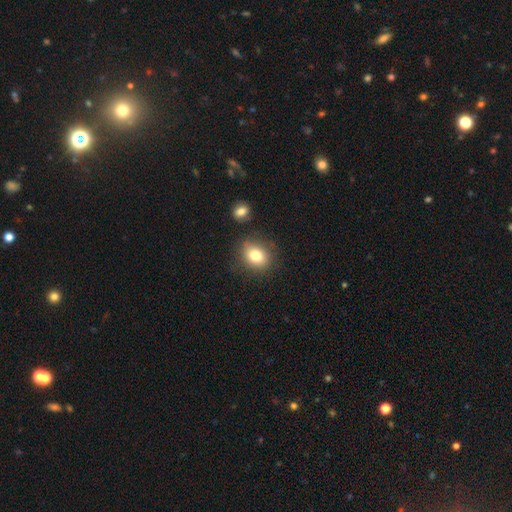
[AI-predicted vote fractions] This is likely a smooth galaxy (80%). How rounded: possibly round (58%). Merging: likely none (79%).